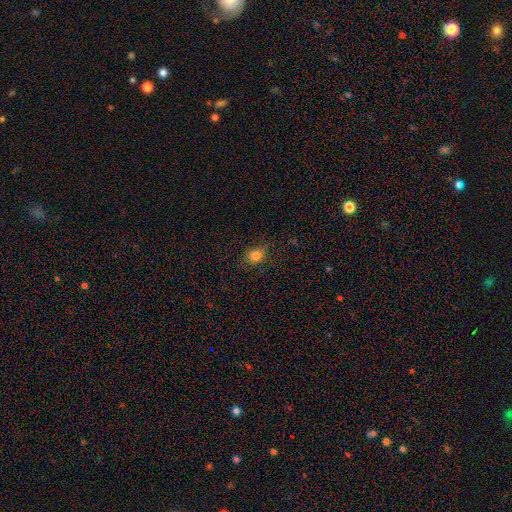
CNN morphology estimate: This is clearly a smooth galaxy (80%). How rounded: likely round (64%). Merging: likely none (77%).